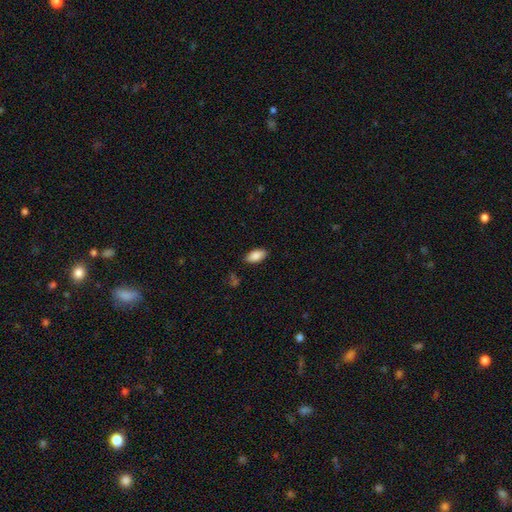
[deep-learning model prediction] Q: Smooth or featured?
A: smooth (87%); runner-up: star or artifact (7%)
Q: How rounded?
A: in between (92%); runner-up: cigar-shaped (6%)
Q: Merging?
A: none (86%); runner-up: minor disturbance (11%)